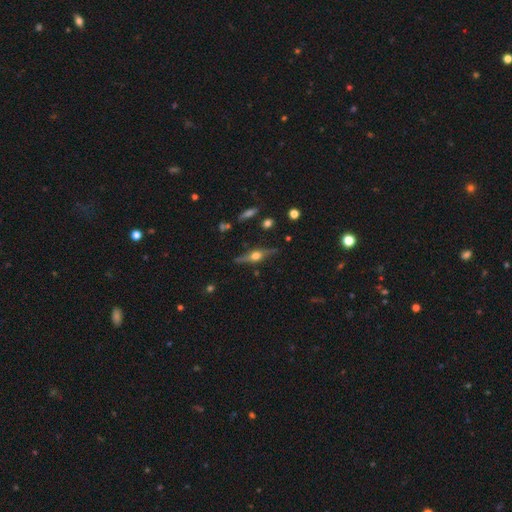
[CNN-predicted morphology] Smooth or featured?
  - featured or disk: 74% *
  - smooth: 18%
  - star or artifact: 8%
Edge-on disk?
  - yes: 95% *
  - no: 5%
Edge-on bulge?
  - rounded: 94% *
  - boxy: 4%
  - none: 1%
Merging?
  - none: 81% *
  - minor disturbance: 13%
  - major disturbance: 3%
  - merger: 3%